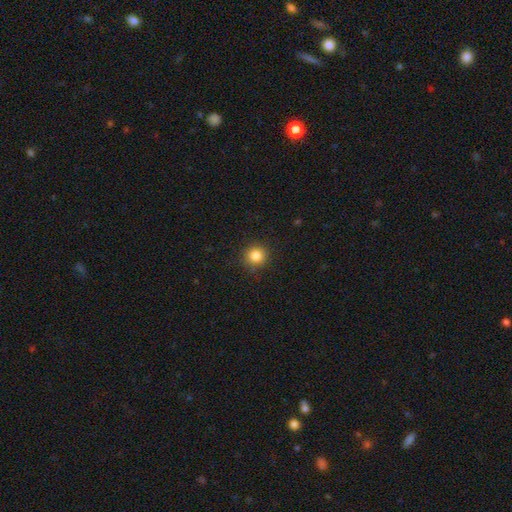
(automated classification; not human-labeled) This appears to be a smooth galaxy with no disk features (85%) that is round (93%). Merging: none (90%).